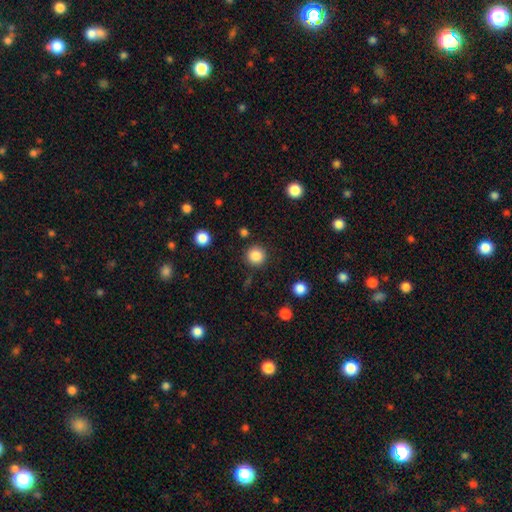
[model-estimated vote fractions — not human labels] smooth-or-featured: smooth: 85% | star or artifact: 11% | featured or disk: 4%
  how-rounded: round: 94% | in between: 5% | cigar-shaped: 1%
  merging: none: 89% | minor disturbance: 6% | major disturbance: 3% | merger: 2%